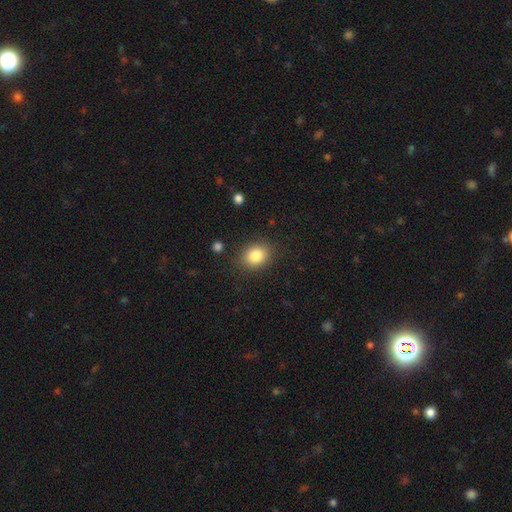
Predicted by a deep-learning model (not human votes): The model was most divided on "how rounded": round: 52%, in between: 47%, cigar-shaped: 1%. More confident: merging — none (86%); smooth or featured — smooth (83%).